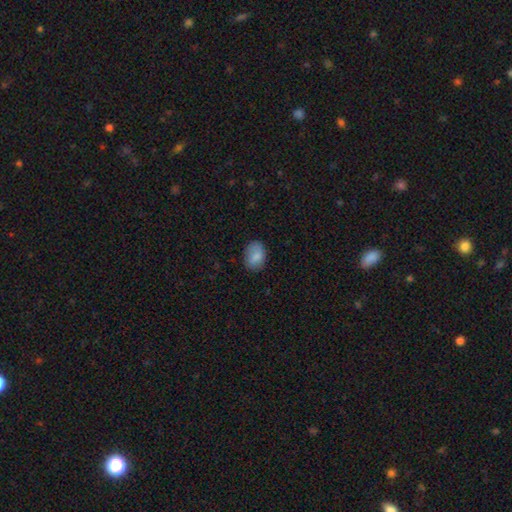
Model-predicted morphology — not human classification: This appears to be a smooth galaxy with no disk features (84%) that is in between round and cigar-shaped (78%). Merging: none (77%).